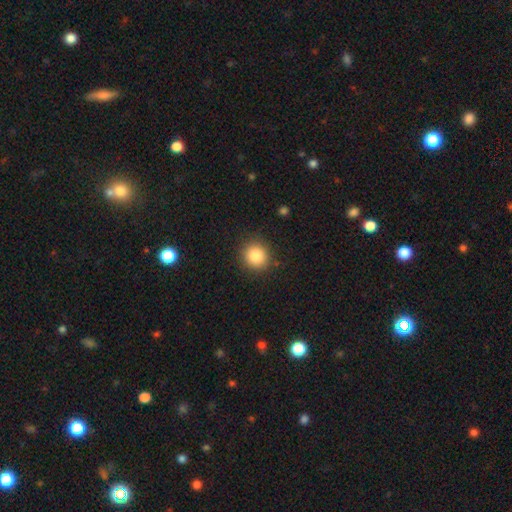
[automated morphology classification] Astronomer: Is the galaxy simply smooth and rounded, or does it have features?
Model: smooth — 85%.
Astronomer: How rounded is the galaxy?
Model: round — 90%.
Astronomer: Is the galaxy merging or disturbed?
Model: none — 89%.